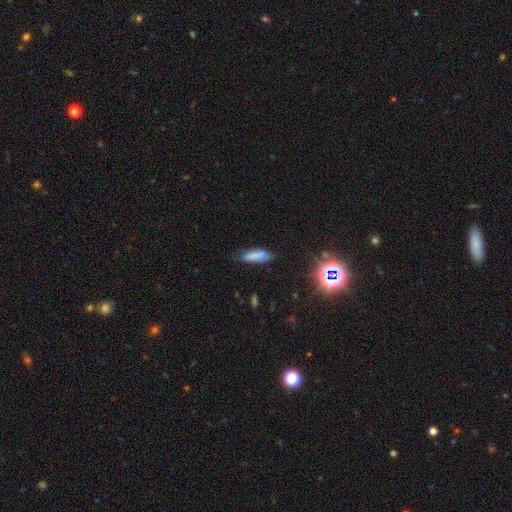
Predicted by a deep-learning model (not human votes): This appears to be a smooth galaxy with no disk features (79%) that is in between round and cigar-shaped (55%). Merging: none (69%).